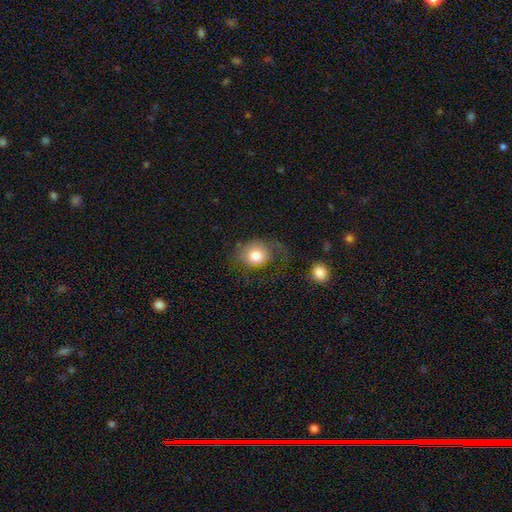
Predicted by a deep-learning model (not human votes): Smooth or featured?
  - smooth: 76% *
  - featured or disk: 17%
  - star or artifact: 8%
How rounded?
  - round: 68% *
  - in between: 31%
  - cigar-shaped: 1%
Merging?
  - none: 39% *
  - major disturbance: 35%
  - minor disturbance: 22%
  - merger: 3%